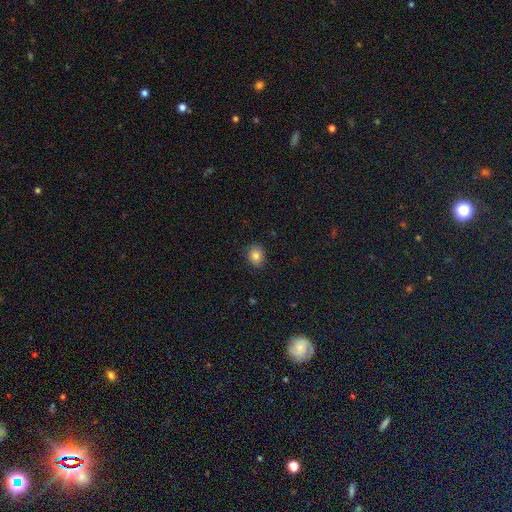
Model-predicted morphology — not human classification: Smooth or featured? Predicted: smooth (p=0.83). How rounded? Predicted: round (p=0.59). Merging? Predicted: none (p=0.86).